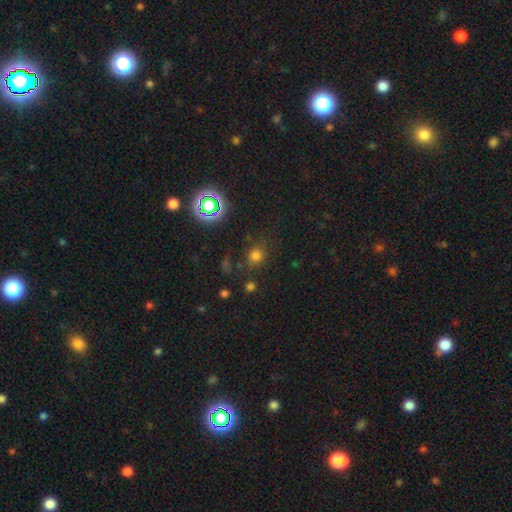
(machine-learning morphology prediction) Overall: smooth (67%). How rounded: round (79%). Merging: none (77%).